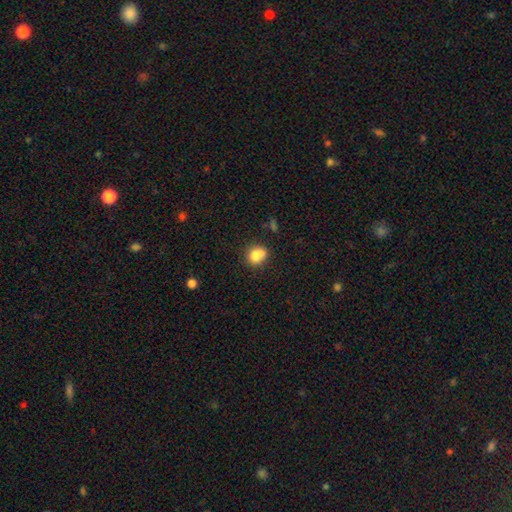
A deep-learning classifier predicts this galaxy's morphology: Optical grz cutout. It shows a smooth galaxy with no disk features (81%) that is round (64%). Merging: none (58%).